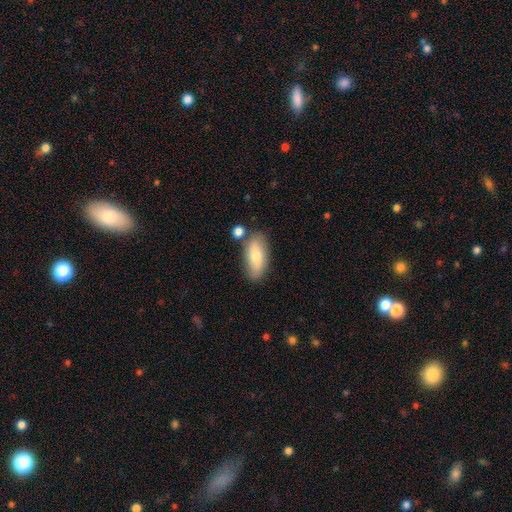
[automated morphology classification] Smooth or featured? smooth (70%)
How rounded? in between (85%)
Merging? none (75%)